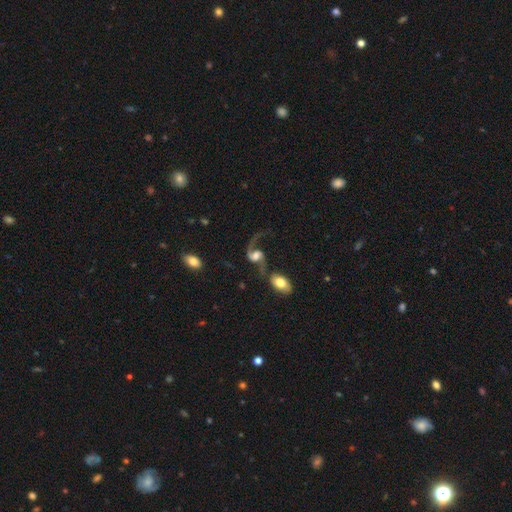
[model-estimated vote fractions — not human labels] Smooth or featured?
  - featured or disk: 83% *
  - smooth: 10%
  - star or artifact: 7%
Edge-on disk?
  - no: 97% *
  - yes: 3%
Bar?
  - no: 46% *
  - weak: 39%
  - strong: 16%
Spiral arms?
  - yes: 95% *
  - no: 5%
Spiral winding?
  - loose: 81% *
  - medium: 16%
  - tight: 3%
Spiral arm count?
  - 2: 85% *
  - 1: 11%
  - can't tell: 2%
  - 3: 1%
  - 4: 1%
  - more than 4: 1%
Bulge size?
  - moderate: 42% *
  - large: 30%
  - small: 17%
  - none: 7%
  - dominant: 5%
Merging?
  - none: 42% *
  - merger: 23%
  - major disturbance: 21%
  - minor disturbance: 14%